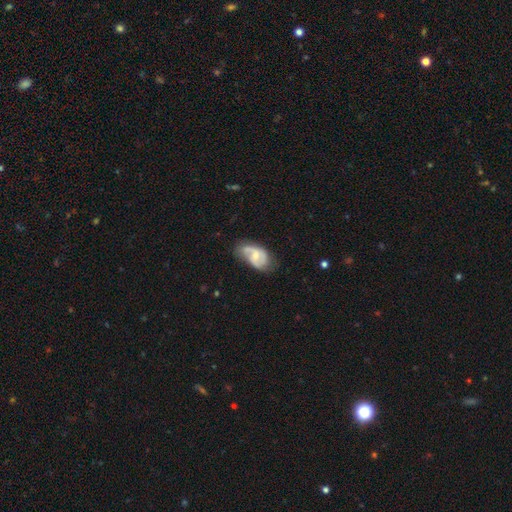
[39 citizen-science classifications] This appears to be a featured or disk galaxy (69%) with no bar (63%), 2 (35%) medium (46%) spiral arms (96%) and a moderate central bulge (56%). Merging: none (44%).